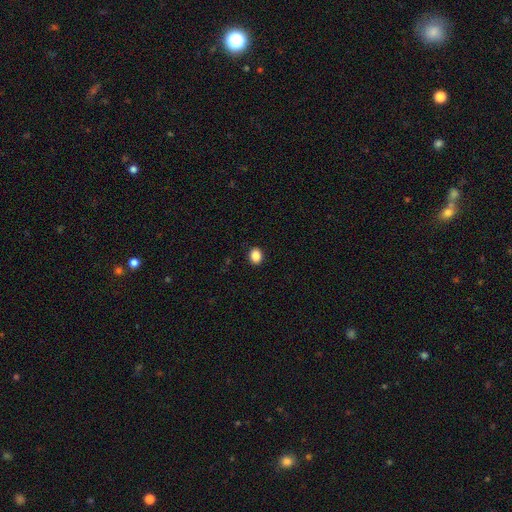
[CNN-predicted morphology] Smooth or featured: smooth — 88% (star or artifact — 9%)
How rounded: in between — 53% (round — 46%)
Merging: none — 91% (minor disturbance — 6%)